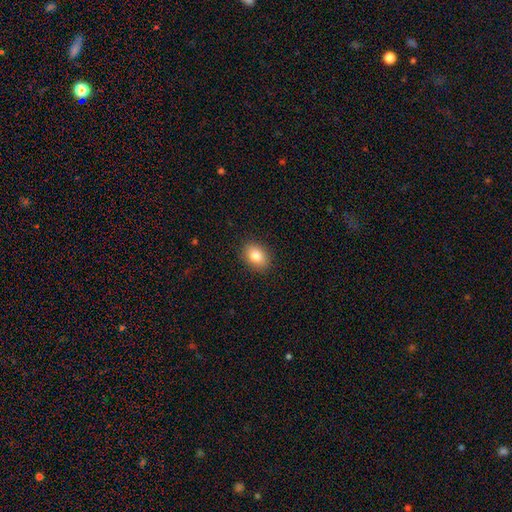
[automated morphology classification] type=smooth (85%); roundness=in between (76%); merging=none (88%).